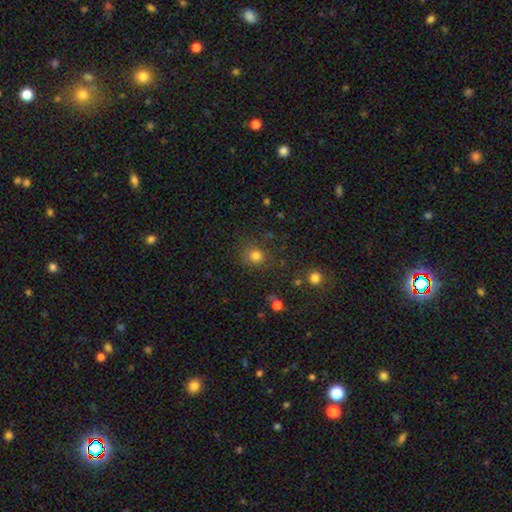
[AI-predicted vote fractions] A smooth galaxy with no disk features (79%) that is round (87%).

Vote fractions:
- Smooth or featured? smooth: 79% / star or artifact: 16% / featured or disk: 6%
- How rounded? round: 87% / in between: 12% / cigar-shaped: 1%
- Merging? none: 80% / minor disturbance: 11% / major disturbance: 5% / merger: 3%